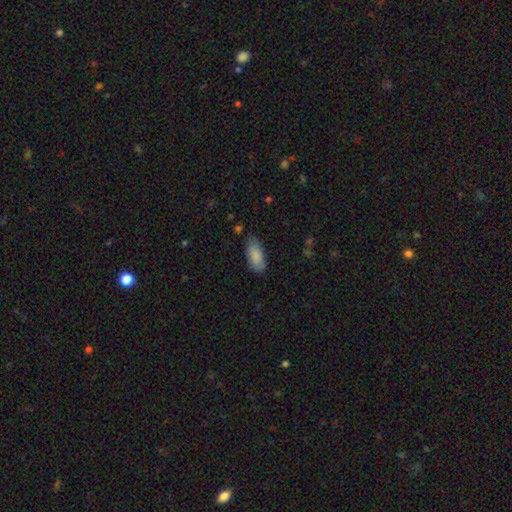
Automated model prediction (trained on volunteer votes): This is clearly a smooth galaxy (87%). How rounded: clearly in between (87%). Merging: likely none (75%).